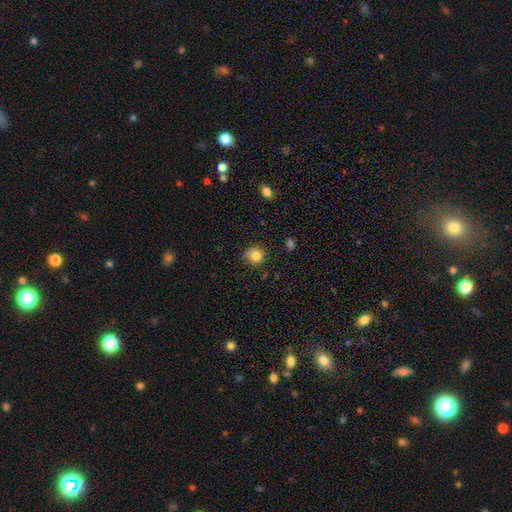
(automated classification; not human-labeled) Smooth or featured: smooth — 81% (star or artifact — 11%)
How rounded: round — 81% (in between — 18%)
Merging: none — 67% (minor disturbance — 25%)